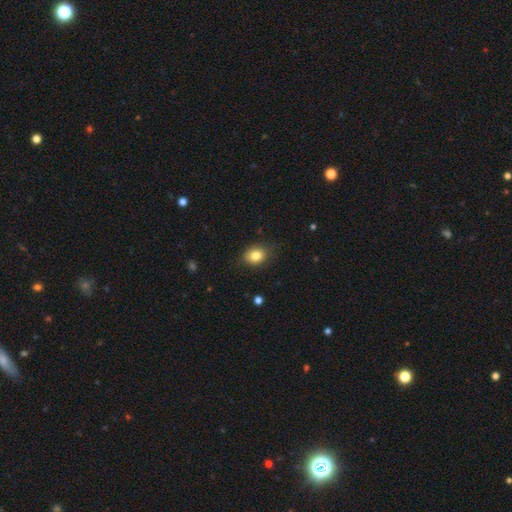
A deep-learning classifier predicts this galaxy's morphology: Smooth or featured?
  - smooth: 83% *
  - star or artifact: 10%
  - featured or disk: 7%
How rounded?
  - in between: 52% *
  - round: 47%
  - cigar-shaped: 1%
Merging?
  - none: 80% *
  - minor disturbance: 16%
  - major disturbance: 3%
  - merger: 1%